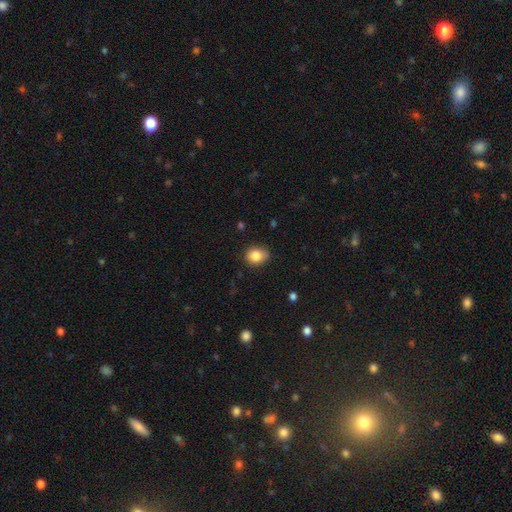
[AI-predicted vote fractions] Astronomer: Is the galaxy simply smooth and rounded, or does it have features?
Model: smooth — 84%.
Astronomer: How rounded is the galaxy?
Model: round — 57% (runner-up: in between, 42%).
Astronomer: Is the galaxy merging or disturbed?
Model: none — 76%.